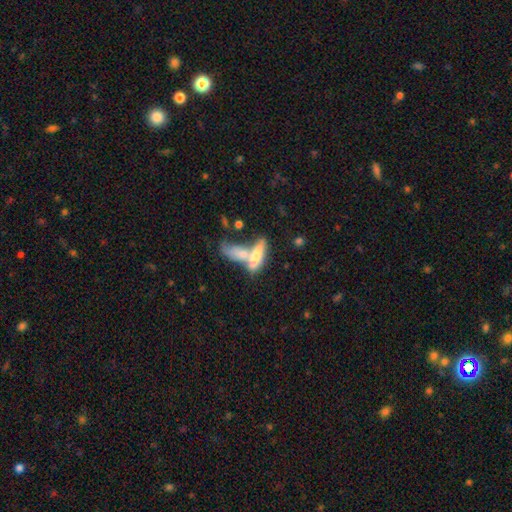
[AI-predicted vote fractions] The model was most divided on "how rounded": in between: 54%, cigar-shaped: 43%, round: 3%. More confident: merging — merger (63%); smooth or featured — smooth (59%).